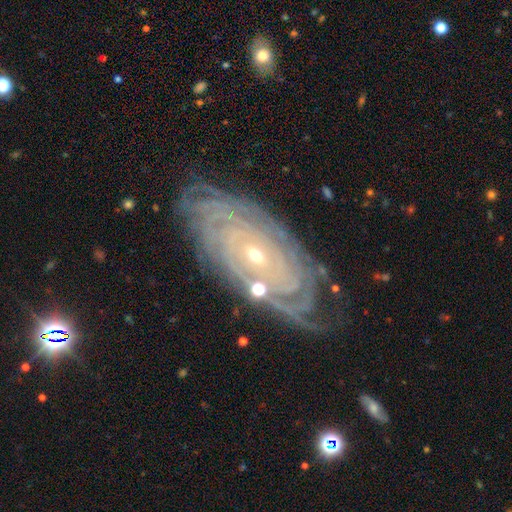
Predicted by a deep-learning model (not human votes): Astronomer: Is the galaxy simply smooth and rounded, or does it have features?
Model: featured or disk — 88%.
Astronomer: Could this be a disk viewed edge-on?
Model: no — 94%.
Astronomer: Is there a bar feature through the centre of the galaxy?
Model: no — 72%.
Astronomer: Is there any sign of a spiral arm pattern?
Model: yes — 97%.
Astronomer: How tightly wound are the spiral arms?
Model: tight — 86%.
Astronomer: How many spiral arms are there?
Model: can't tell — 26% (runner-up: more than 4, 24%).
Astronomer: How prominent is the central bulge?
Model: small — 72%.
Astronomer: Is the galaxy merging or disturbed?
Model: none — 69%.